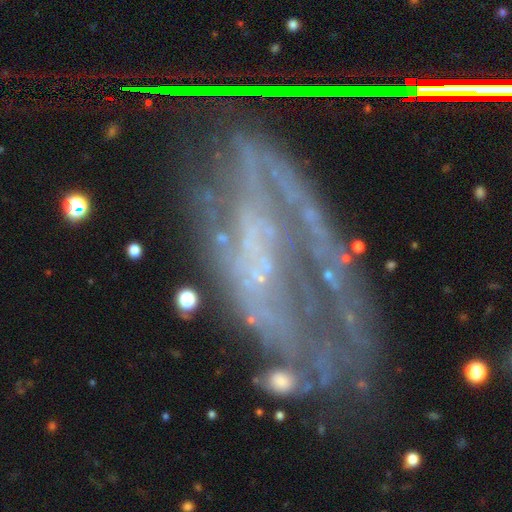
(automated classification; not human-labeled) smooth-or-featured: featured or disk: 77% | star or artifact: 13% | smooth: 10%
  disk-edge-on: no: 91% | yes: 9%
    bar: no: 58% | weak: 25% | strong: 17%
    has-spiral-arms: yes: 69% | no: 31%
    bulge-size: none: 61% | small: 27% | moderate: 8% | large: 3% | dominant: 2%
  merging: none: 42% | major disturbance: 31% | minor disturbance: 22% | merger: 6%